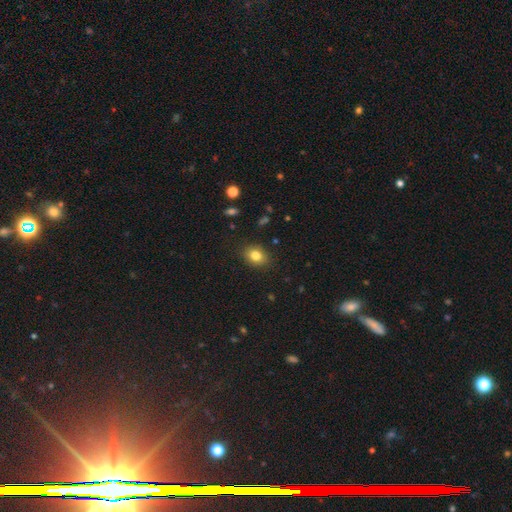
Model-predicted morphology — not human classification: A smooth galaxy with no disk features (82%) that is in between round and cigar-shaped (61%). Merging: none (87%).